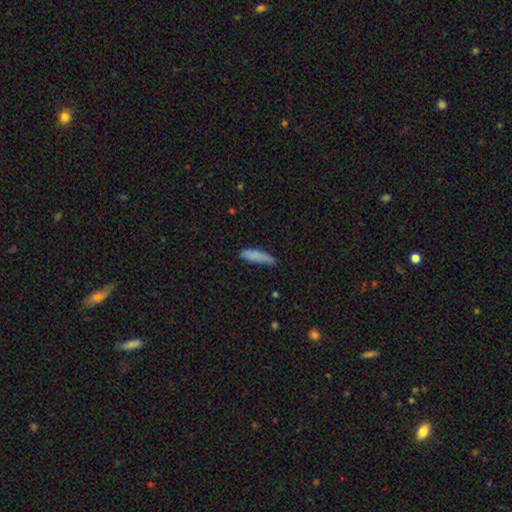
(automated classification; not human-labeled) smooth 83%, featured or disk 10%, star or artifact 7%. Down the decision tree: how rounded — cigar-shaped (73%); merging — none (65%).